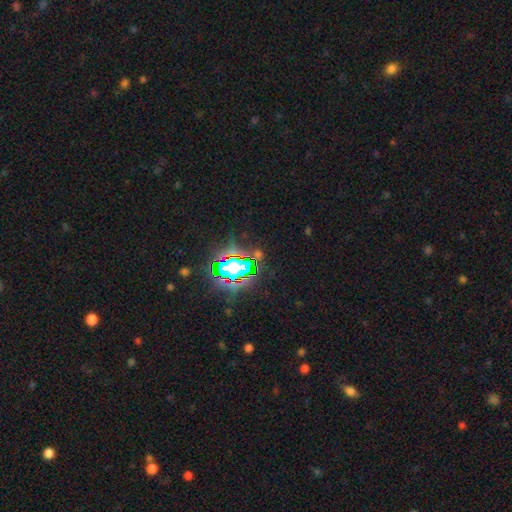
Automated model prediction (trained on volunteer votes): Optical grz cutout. It shows a star or artifact, not a galaxy (76%).